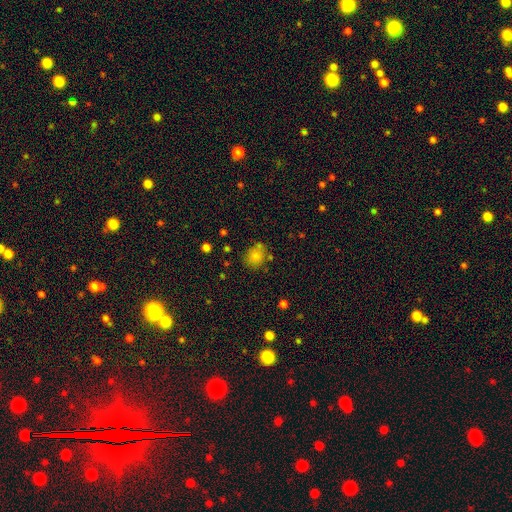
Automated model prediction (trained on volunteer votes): Smooth or featured: smooth — 79% (star or artifact — 13%)
How rounded: round — 69% (in between — 30%)
Merging: none — 71% (minor disturbance — 15%)